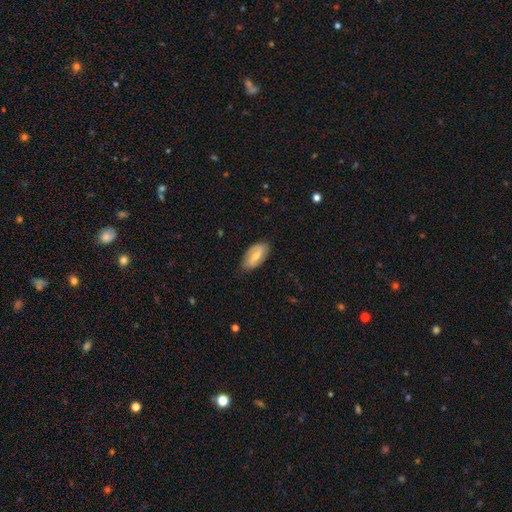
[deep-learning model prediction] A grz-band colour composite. It shows a featured or disk galaxy (50%). Merging: none (78%).